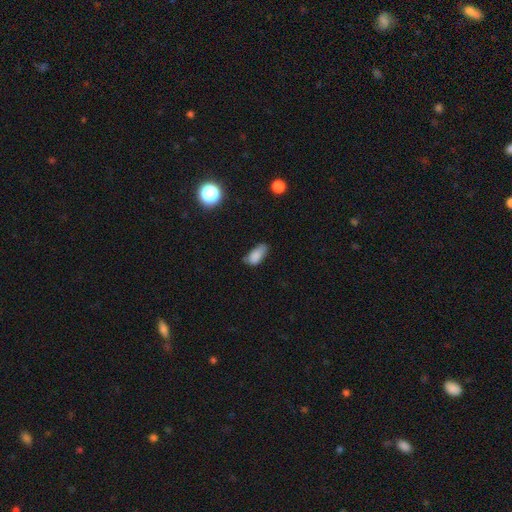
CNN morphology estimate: smooth-or-featured: smooth: 84% | star or artifact: 9% | featured or disk: 7%
  how-rounded: in between: 89% | cigar-shaped: 7% | round: 4%
  merging: none: 51% | minor disturbance: 38% | major disturbance: 9% | merger: 3%